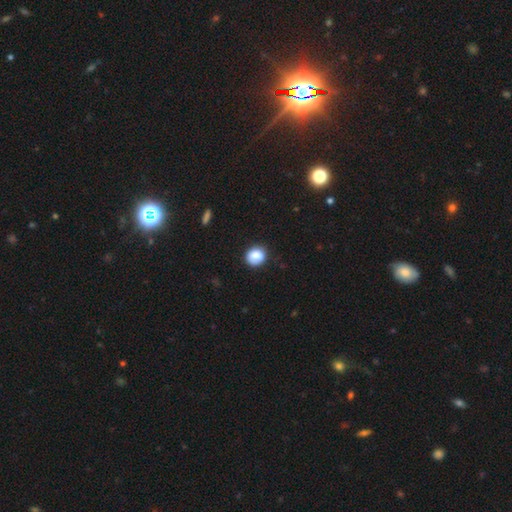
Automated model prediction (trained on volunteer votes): This is clearly a smooth galaxy (86%). How rounded: likely round (76%). Merging: clearly none (81%).